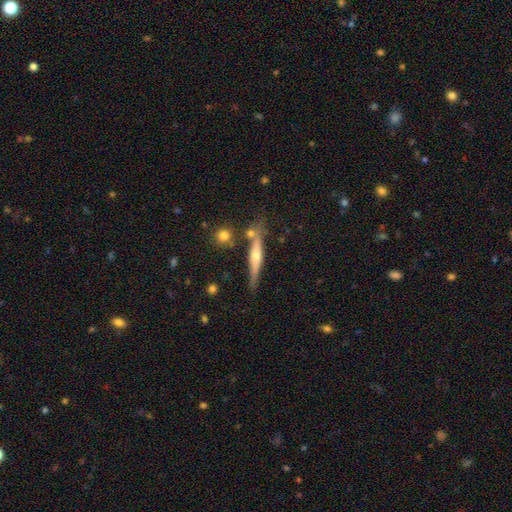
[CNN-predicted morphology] smooth_or_featured: featured or disk (p=0.68) [alt: smooth p=0.25]
disk_edge_on: yes (p=0.95) [alt: no p=0.05]
edge_on_bulge: rounded (p=0.84) [alt: none p=0.10]
merging: none (p=0.77) [alt: minor disturbance p=0.13]